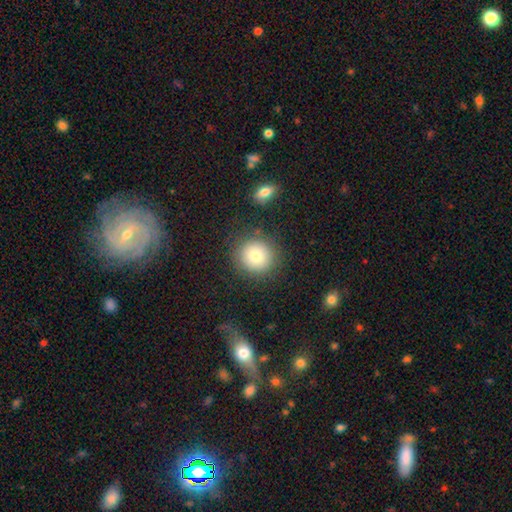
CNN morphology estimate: This appears to be a smooth galaxy with no disk features (80%) that is round (90%). Merging: none (84%).